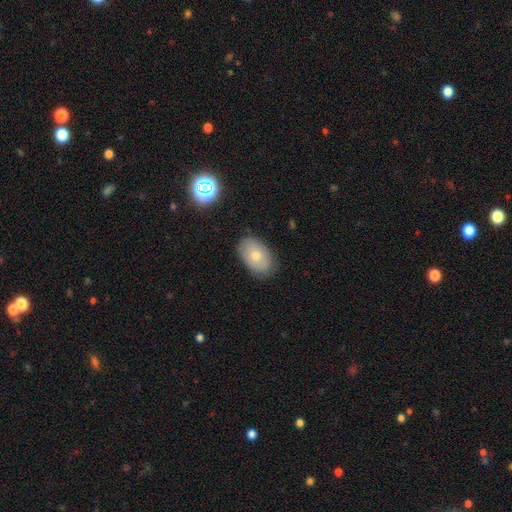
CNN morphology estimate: Smooth or featured? smooth (66%)
How rounded? in between (87%)
Merging? none (84%)